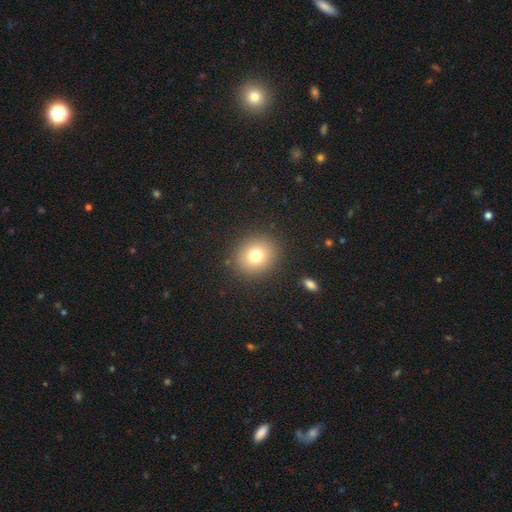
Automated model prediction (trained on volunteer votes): smooth_or_featured: smooth (p=0.75) [alt: star or artifact p=0.13]
how_rounded: round (p=0.79) [alt: in between p=0.20]
merging: none (p=0.89) [alt: minor disturbance p=0.07]